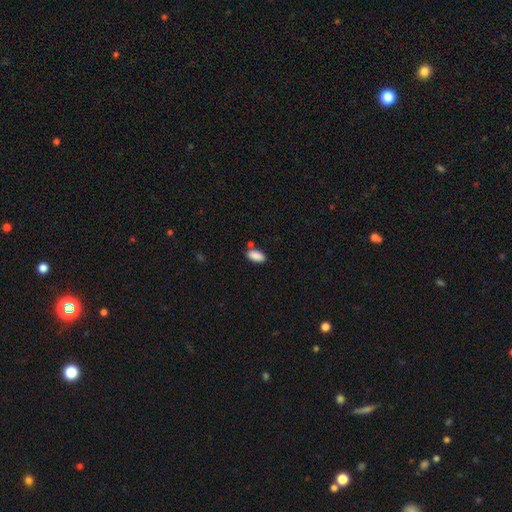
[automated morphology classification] Smooth or featured? smooth (89%)
How rounded? in between (92%)
Merging? none (74%)